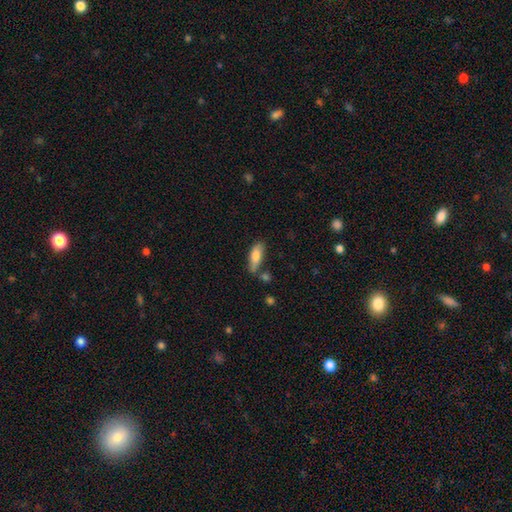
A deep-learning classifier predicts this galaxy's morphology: Overall: smooth (77%). How rounded: in between (64%; cigar-shaped 33%). Merging: none (56%; minor disturbance 25%).